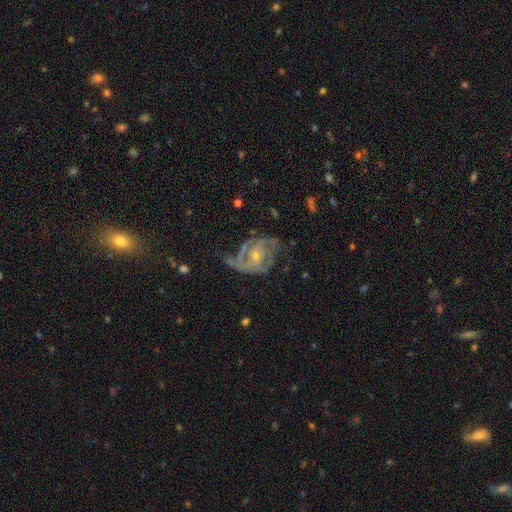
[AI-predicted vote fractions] Overall: featured or disk (84%). Edge-on disk: no (97%). Bar: no (63%; weak 28%). Spiral arms: yes (94%). Spiral arm count: 2 (33%; 3 28%). Spiral winding: tight (43%; medium 42%). Bulge size: small (67%; moderate 30%). Merging: none (51%; minor disturbance 24%).